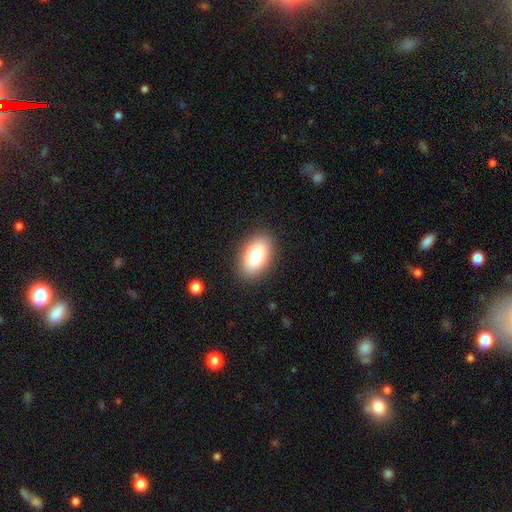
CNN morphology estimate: smooth 78%, featured or disk 14%, star or artifact 8%. Down the decision tree: how rounded — in between (90%); merging — none (88%).